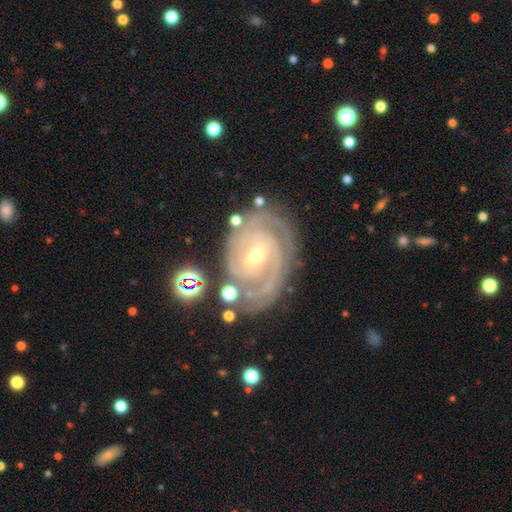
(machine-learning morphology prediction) The model was most divided on "bar": weak: 44%, strong: 32%, no: 24%. Remaining: spiral arms — yes (98%); edge-on disk — no (97%); smooth or featured — featured or disk (91%); spiral winding — tight (78%); merging — none (75%); bulge size — small (62%); spiral arm count — 2 (40%).